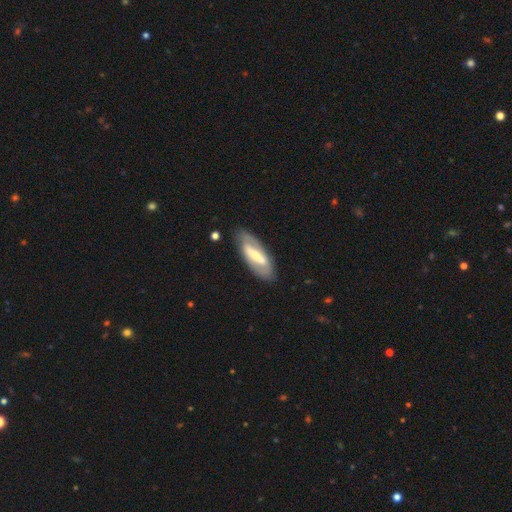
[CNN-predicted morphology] smooth-or-featured: featured or disk: 66% | smooth: 28% | star or artifact: 5%
  disk-edge-on: no: 82% | yes: 18%
    bar: strong: 68% | weak: 22% | no: 10%
    has-spiral-arms: yes: 51% | no: 49%
    bulge-size: moderate: 47% | small: 36% | large: 11% | none: 4% | dominant: 2%
  merging: none: 80% | minor disturbance: 14% | major disturbance: 5% | merger: 2%